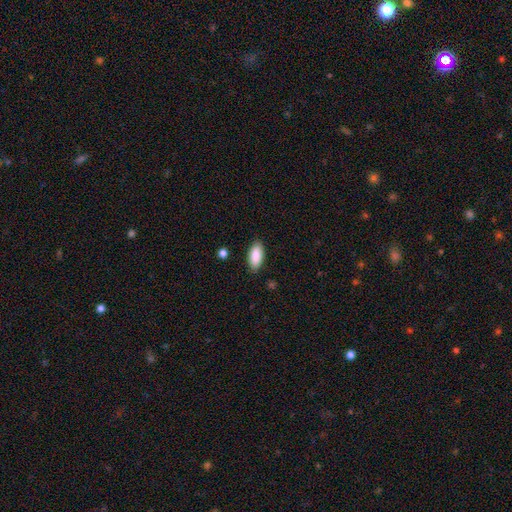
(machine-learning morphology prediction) This appears to be a smooth galaxy with no disk features (90%) that is in between round and cigar-shaped (89%). Merging: none (87%).